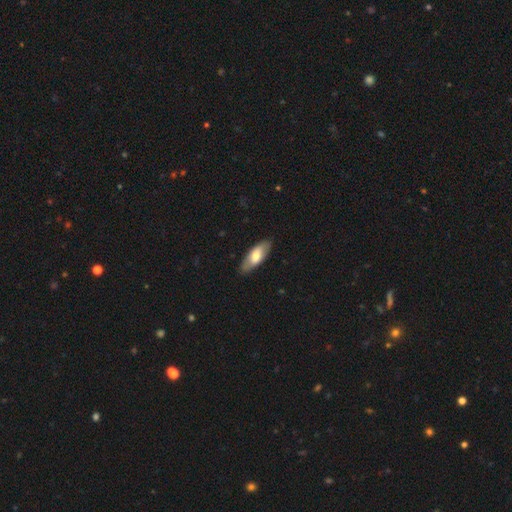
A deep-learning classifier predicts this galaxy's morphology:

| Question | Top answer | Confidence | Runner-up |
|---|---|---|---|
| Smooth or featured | smooth | 67% | featured or disk (28%) |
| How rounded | in between | 79% | cigar-shaped (19%) |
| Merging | none | 84% | minor disturbance (12%) |